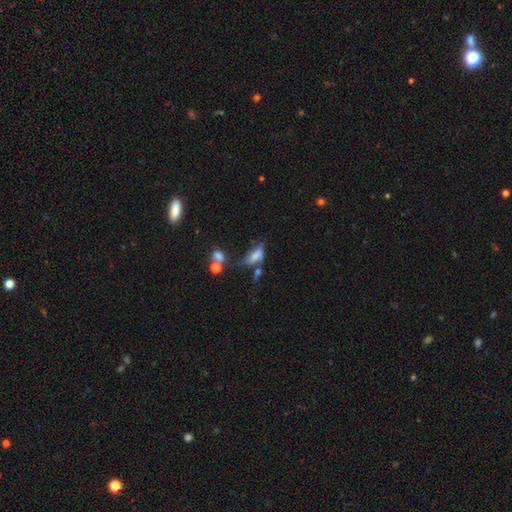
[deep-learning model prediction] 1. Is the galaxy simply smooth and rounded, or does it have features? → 61% smooth, 25% featured or disk, 14% star or artifact.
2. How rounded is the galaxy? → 80% in between, 14% cigar-shaped, 6% round.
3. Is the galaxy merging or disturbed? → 27% merger, 26% none, 26% major disturbance, 21% minor disturbance.